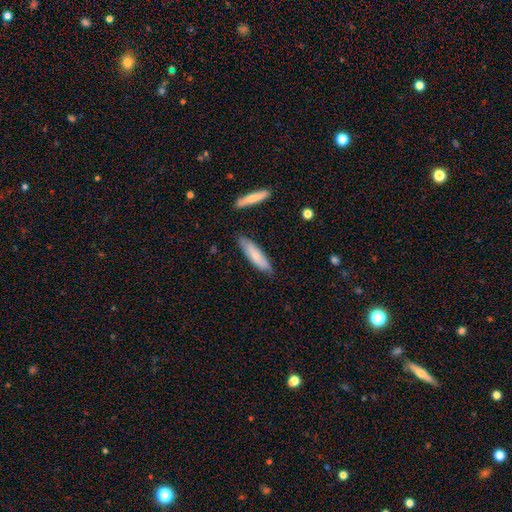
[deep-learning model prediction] Smooth or featured? smooth (72%)
How rounded? cigar-shaped (68%)
Merging? none (77%)